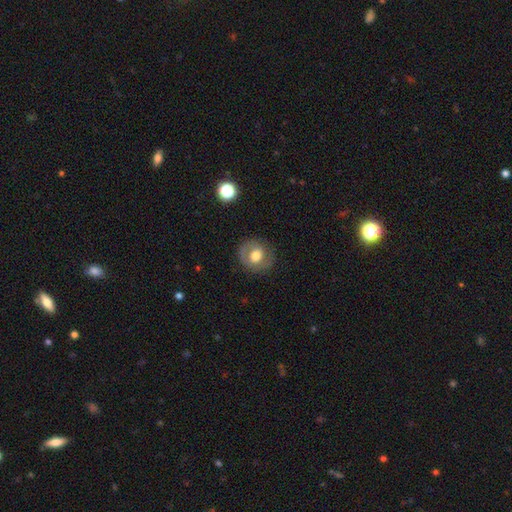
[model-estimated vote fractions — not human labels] Q: Smooth or featured?
A: smooth (50%); runner-up: featured or disk (42%)
Q: How rounded?
A: round (79%); runner-up: in between (20%)
Q: Merging?
A: none (79%); runner-up: minor disturbance (14%)